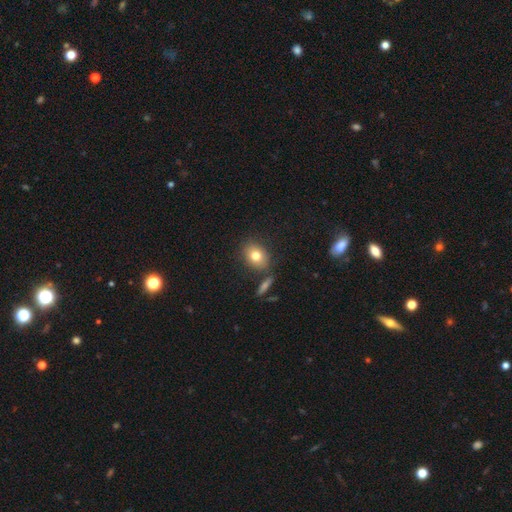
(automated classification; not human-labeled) A smooth galaxy with no disk features (77%) that is in between round and cigar-shaped (55%).

Vote fractions:
- Smooth or featured? smooth: 77% / featured or disk: 13% / star or artifact: 10%
- How rounded? in between: 55% / round: 43% / cigar-shaped: 2%
- Merging? none: 77% / minor disturbance: 11% / merger: 8% / major disturbance: 3%